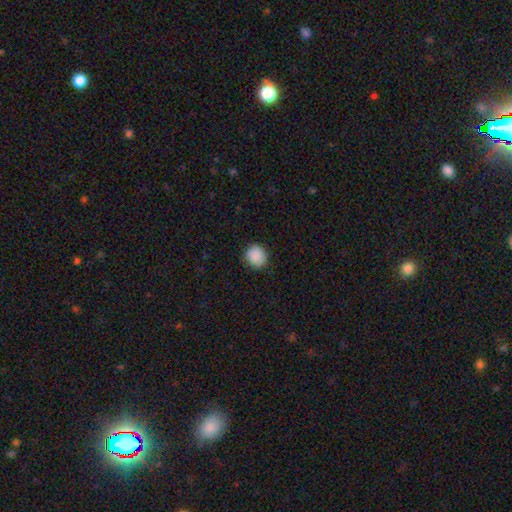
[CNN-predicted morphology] This is clearly a smooth galaxy (89%). How rounded: clearly round (81%). Merging: clearly none (86%).